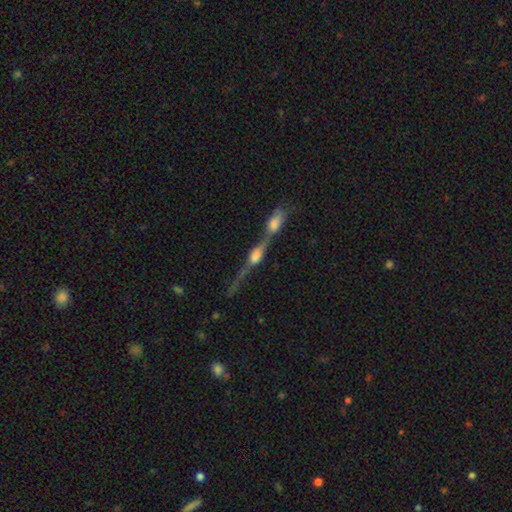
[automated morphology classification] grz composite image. It shows a featured or disk galaxy (71%) viewed edge-on (88%) with a rounded central bulge (82%). Merging: merger (56%).